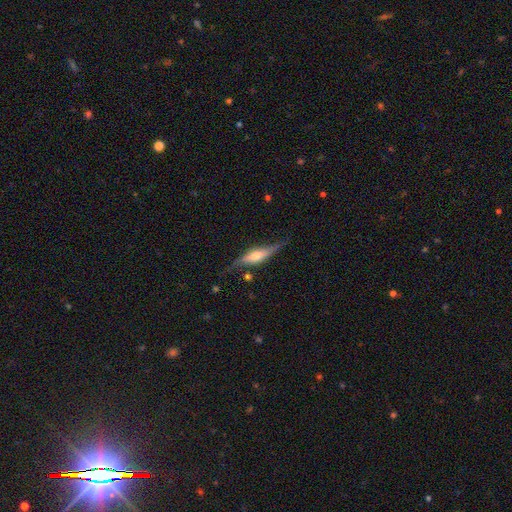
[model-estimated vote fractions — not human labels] The model was most divided on "smooth or featured": featured or disk: 68%, smooth: 26%, star or artifact: 6%. More confident: edge-on disk — yes (86%); edge-on bulge — rounded (75%); merging — none (66%).